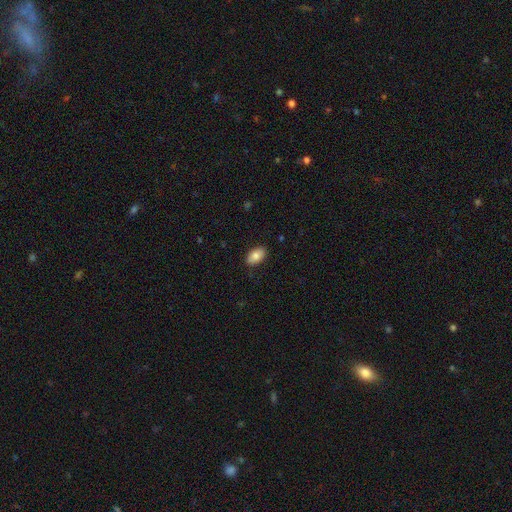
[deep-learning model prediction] This appears to be a smooth galaxy with no disk features (81%) that is in between round and cigar-shaped (93%). Merging: none (86%).